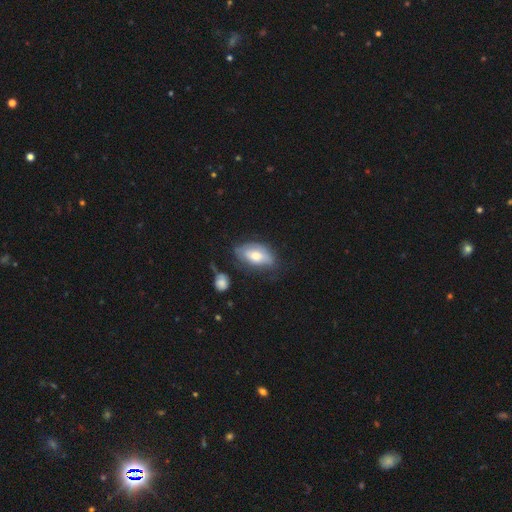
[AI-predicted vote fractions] smooth 62%, featured or disk 32%, star or artifact 6%. Down the decision tree: how rounded — in between (92%); merging — none (56%).